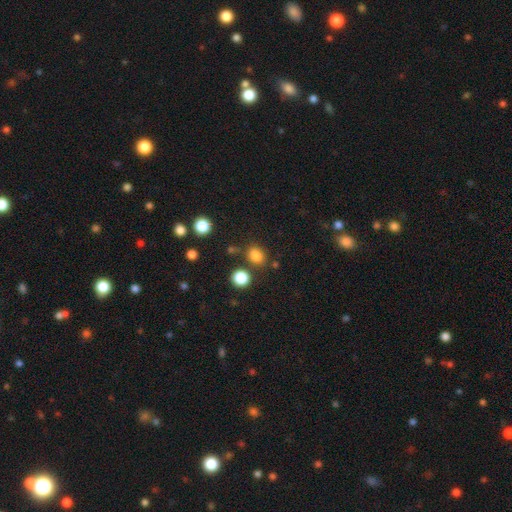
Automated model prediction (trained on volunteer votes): This appears to be a smooth galaxy with no disk features (81%) that is round (59%). Merging: none (78%).